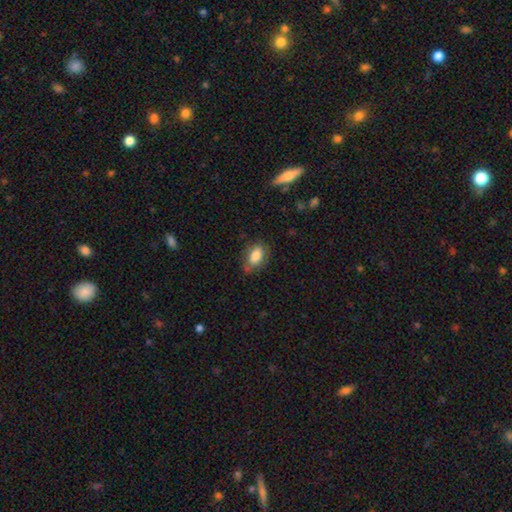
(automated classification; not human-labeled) Overall: smooth (81%). How rounded: in between (89%). Merging: none (69%).